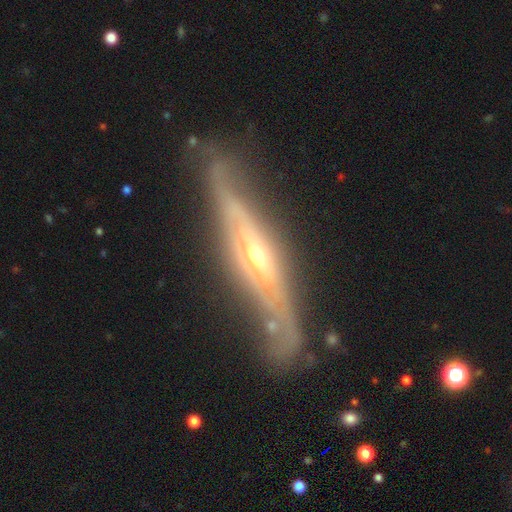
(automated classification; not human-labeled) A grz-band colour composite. It shows a featured or disk galaxy (84%) viewed edge-on (72%) with a rounded central bulge (80%). Merging: none (72%).